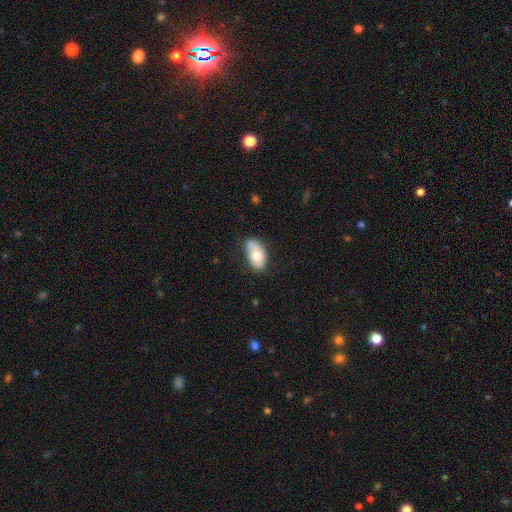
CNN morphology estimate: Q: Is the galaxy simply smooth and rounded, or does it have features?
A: smooth — 66%.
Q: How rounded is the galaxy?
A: in between — 92%.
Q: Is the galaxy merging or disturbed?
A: none — 60%.